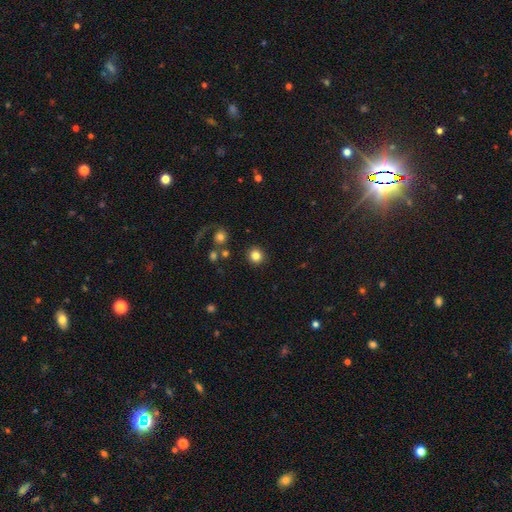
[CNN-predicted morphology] type=smooth (83%); roundness=round (93%); merging=none (89%).